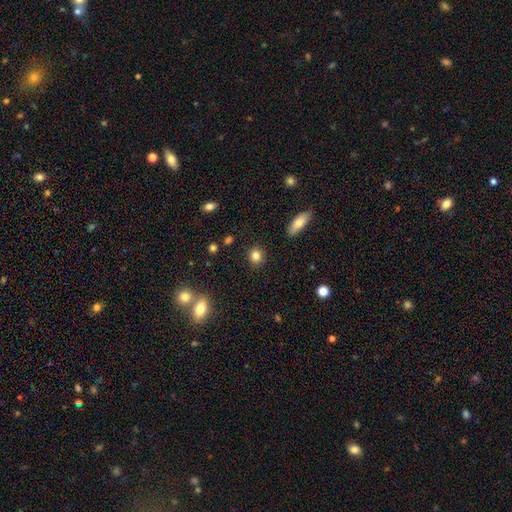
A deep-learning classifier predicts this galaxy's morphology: type=smooth (83%); roundness=round (85%); merging=none (90%).